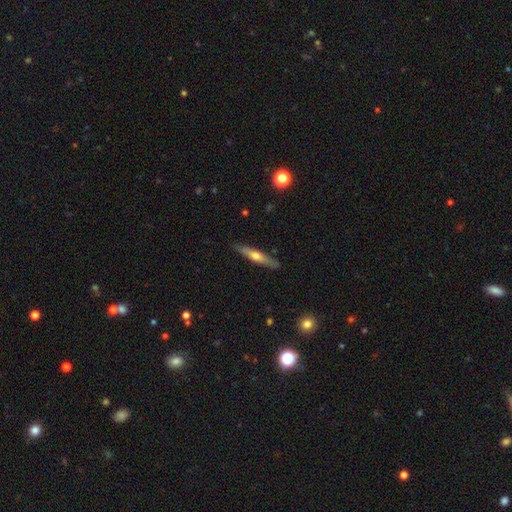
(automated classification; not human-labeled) Smooth or featured? featured or disk (56%)
Edge-on disk? yes (92%)
Edge-on bulge? rounded (86%)
Merging? none (87%)